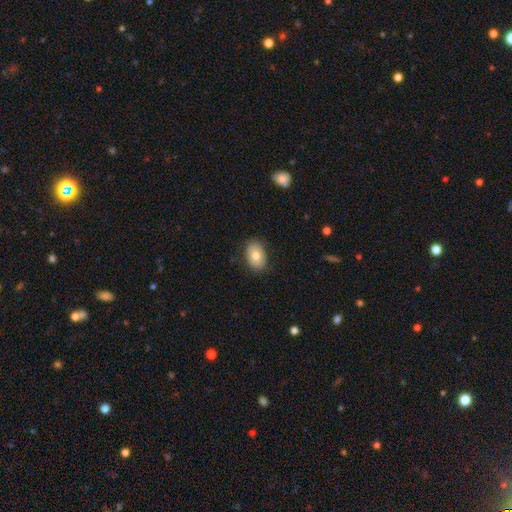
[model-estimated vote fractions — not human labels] smooth 74%, featured or disk 18%, star or artifact 7%. Down the decision tree: how rounded — in between (83%); merging — none (84%).